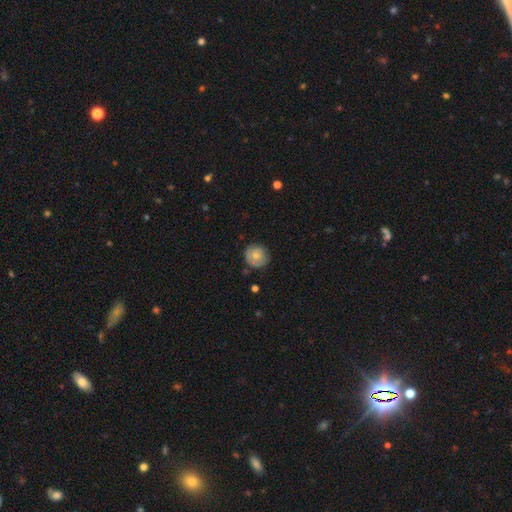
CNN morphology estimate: A smooth galaxy with no disk features (66%) that is round (90%). Merging: none (76%).